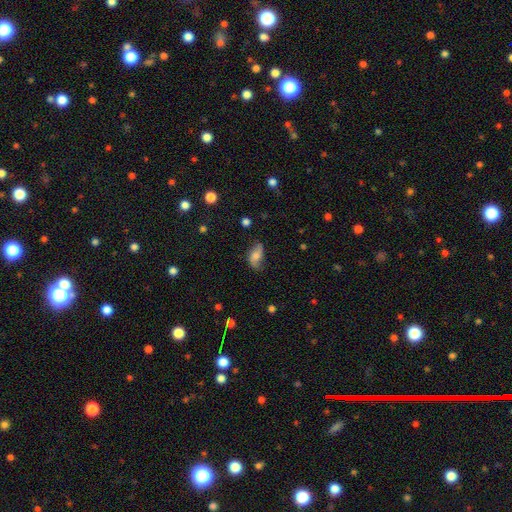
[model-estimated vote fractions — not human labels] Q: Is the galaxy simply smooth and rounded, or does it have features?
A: smooth — 51%.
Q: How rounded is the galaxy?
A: in between — 88%.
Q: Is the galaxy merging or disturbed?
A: none — 64%.